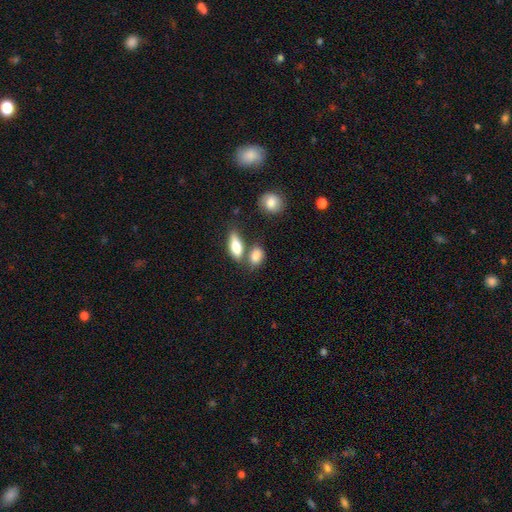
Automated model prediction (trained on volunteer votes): Smooth or featured? Predicted: smooth (p=0.83). How rounded? Predicted: in between (p=0.80). Merging? Predicted: none (p=0.53).